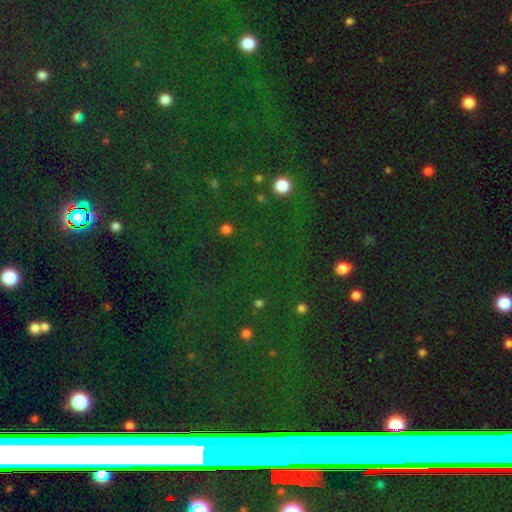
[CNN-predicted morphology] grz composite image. It shows a star or artifact, not a galaxy (71%).